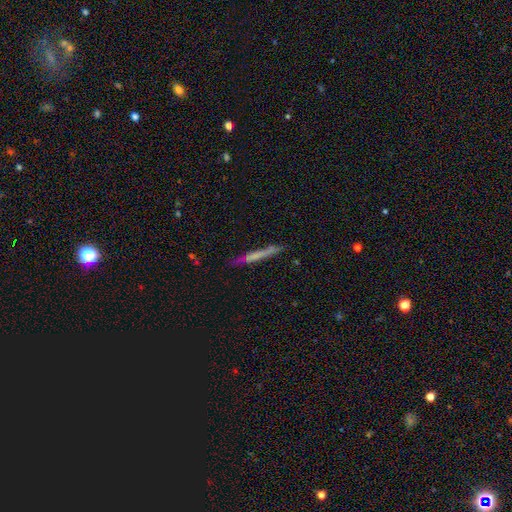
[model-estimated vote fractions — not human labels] Q: Smooth or featured?
A: smooth (47%); runner-up: featured or disk (46%)
Q: Merging?
A: none (86%); runner-up: minor disturbance (10%)